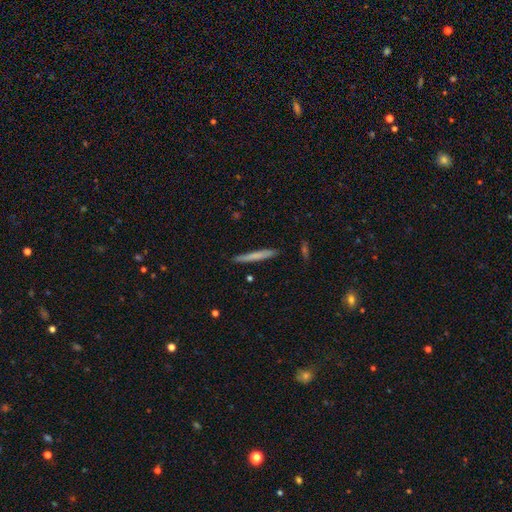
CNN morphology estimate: smooth-or-featured: smooth: 68% | featured or disk: 26% | star or artifact: 6%
  how-rounded: cigar-shaped: 96% | in between: 2% | round: 1%
  merging: none: 89% | minor disturbance: 8% | major disturbance: 1% | merger: 1%